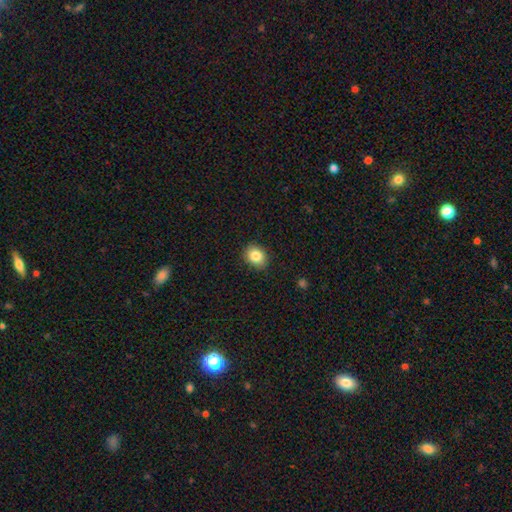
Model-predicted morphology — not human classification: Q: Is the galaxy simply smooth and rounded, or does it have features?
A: smooth — 84%.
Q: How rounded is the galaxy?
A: in between — 51%.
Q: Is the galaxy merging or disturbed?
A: none — 86%.